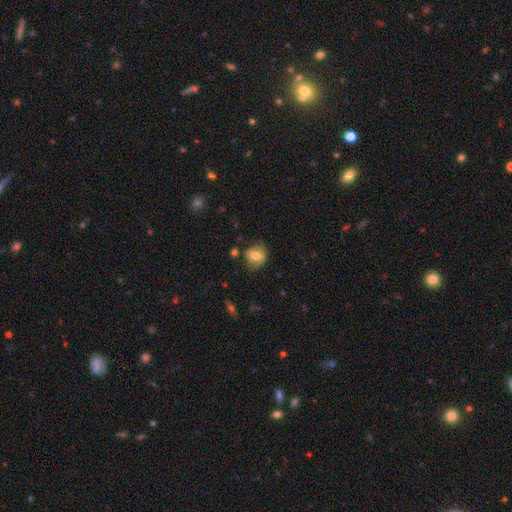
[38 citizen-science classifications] A smooth galaxy with no disk features (66%) that is round (52%).

Vote fractions:
- Smooth or featured? smooth: 66% / featured or disk: 29% / star or artifact: 5%
- How rounded? round: 52% / in between: 48% / cigar-shaped: 0%
- Merging? none: 72% / minor disturbance: 19% / major disturbance: 8% / merger: 0%